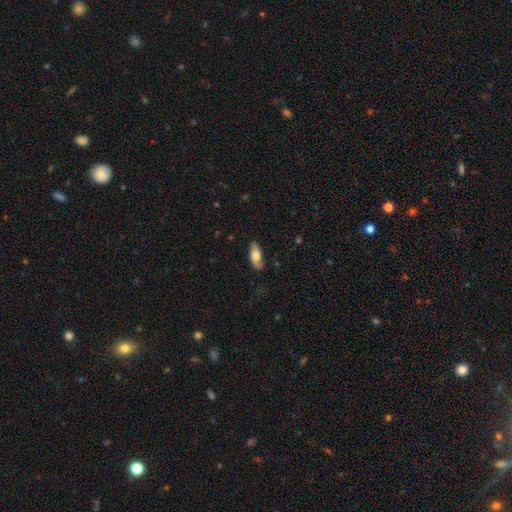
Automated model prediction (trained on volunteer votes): smooth 62%, featured or disk 32%, star or artifact 6%. Down the decision tree: how rounded — in between (81%); merging — none (76%).